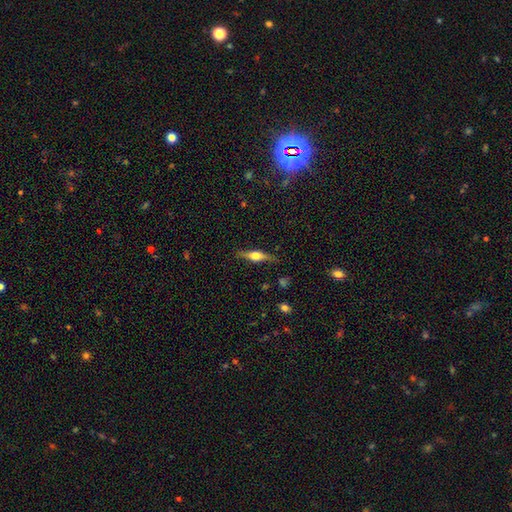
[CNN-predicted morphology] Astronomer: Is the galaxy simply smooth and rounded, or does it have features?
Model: featured or disk — 62%.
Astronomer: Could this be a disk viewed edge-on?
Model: yes — 95%.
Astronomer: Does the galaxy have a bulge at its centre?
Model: rounded — 92%.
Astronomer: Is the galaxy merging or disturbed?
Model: none — 84%.